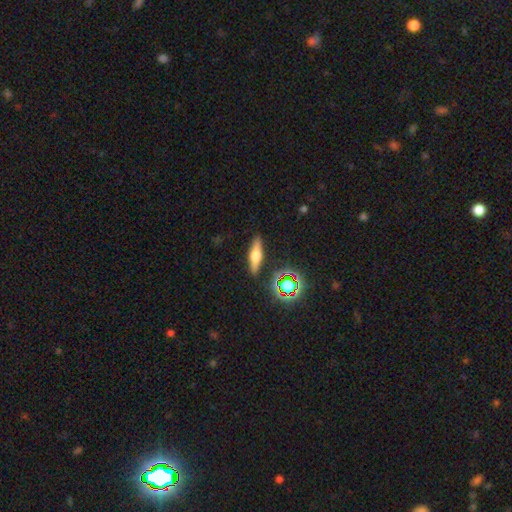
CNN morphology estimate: Smooth or featured? Predicted: featured or disk (p=0.45). Merging? Predicted: none (p=0.87).